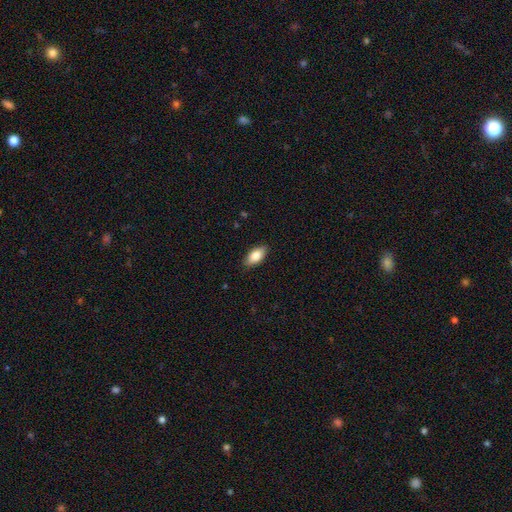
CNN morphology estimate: A smooth galaxy with no disk features (83%) that is in between round and cigar-shaped (90%).

Vote fractions:
- Smooth or featured? smooth: 83% / featured or disk: 11% / star or artifact: 7%
- How rounded? in between: 90% / cigar-shaped: 7% / round: 3%
- Merging? none: 88% / minor disturbance: 9% / major disturbance: 2% / merger: 1%